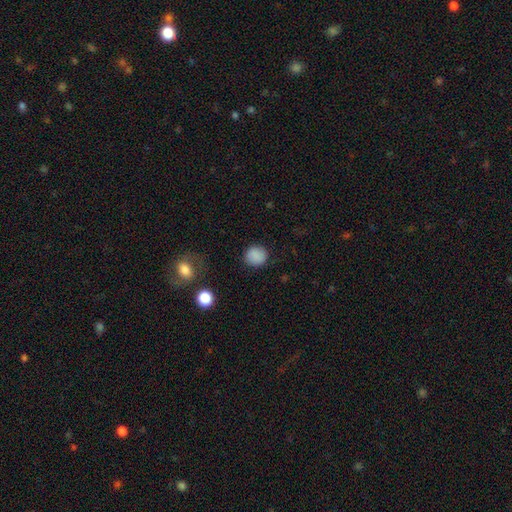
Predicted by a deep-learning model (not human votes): smooth_or_featured: smooth (p=0.87) [alt: star or artifact p=0.09]
how_rounded: round (p=0.84) [alt: in between p=0.15]
merging: none (p=0.86) [alt: minor disturbance p=0.09]